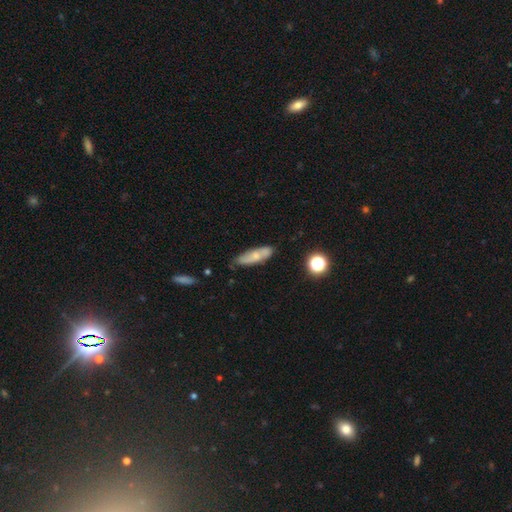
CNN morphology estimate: This is possibly a smooth galaxy (60%). How rounded: possibly cigar-shaped (53%). Merging: likely none (71%).